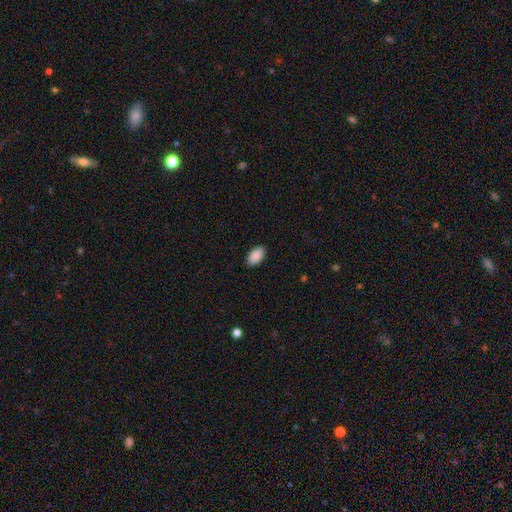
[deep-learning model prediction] smooth 91%, star or artifact 6%, featured or disk 3%. Down the decision tree: how rounded — in between (95%); merging — none (90%).